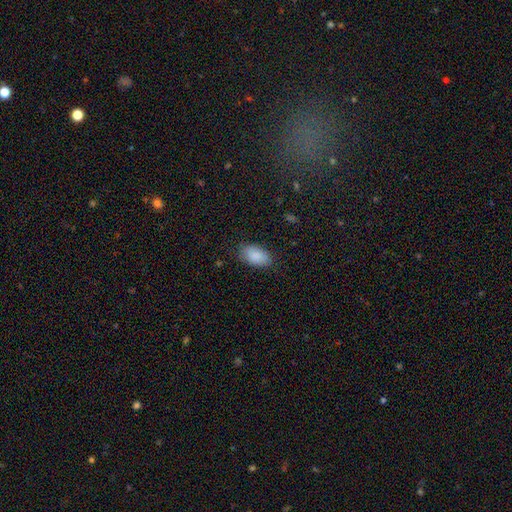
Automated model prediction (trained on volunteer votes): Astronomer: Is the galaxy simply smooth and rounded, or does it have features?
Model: smooth — 88%.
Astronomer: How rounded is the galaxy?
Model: in between — 94%.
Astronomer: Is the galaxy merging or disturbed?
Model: none — 81%.